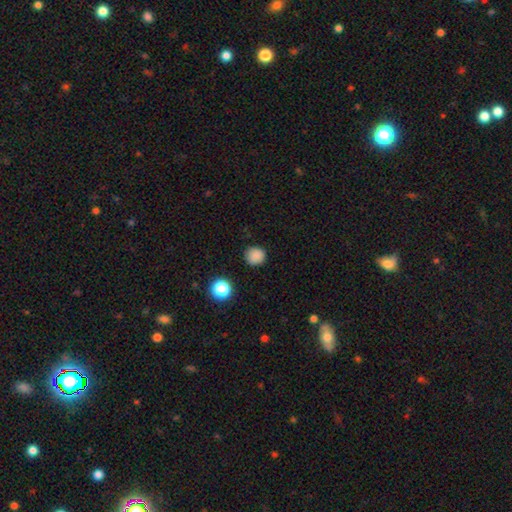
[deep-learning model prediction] This is clearly a smooth galaxy (84%). How rounded: clearly round (92%). Merging: clearly none (87%).